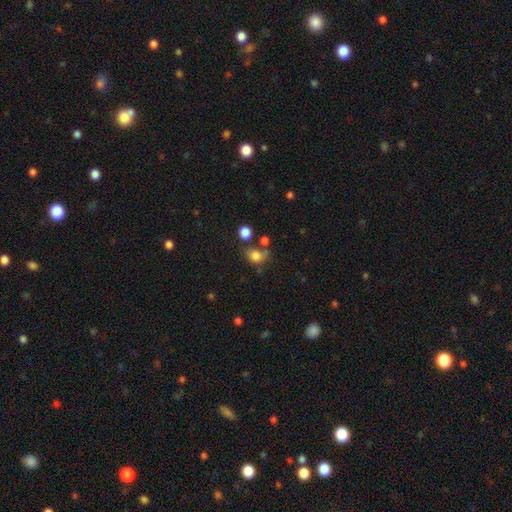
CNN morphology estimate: smooth-or-featured: smooth: 78% | star or artifact: 12% | featured or disk: 10%
  how-rounded: in between: 51% | round: 48% | cigar-shaped: 1%
  merging: none: 50% | minor disturbance: 20% | merger: 20% | major disturbance: 11%